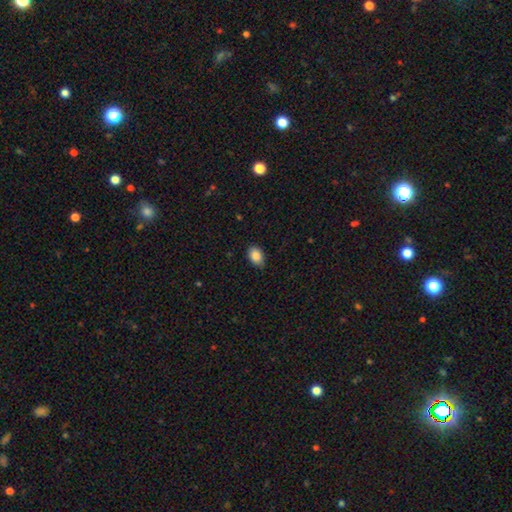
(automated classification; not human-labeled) smooth 86%, star or artifact 8%, featured or disk 6%. Down the decision tree: how rounded — in between (84%); merging — none (82%).